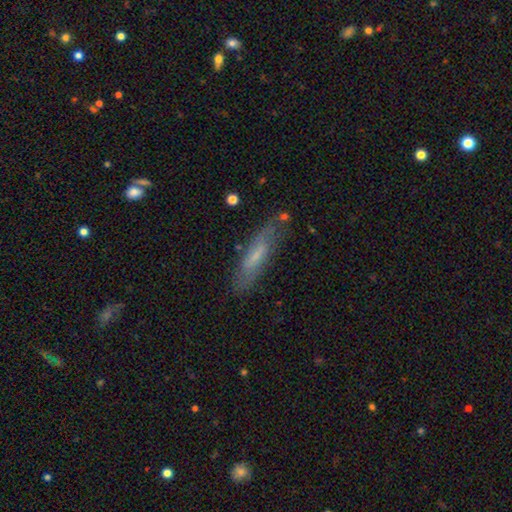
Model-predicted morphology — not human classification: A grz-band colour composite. It shows a smooth galaxy with no disk features (52%) that is cigar-shaped (73%). Merging: none (76%).